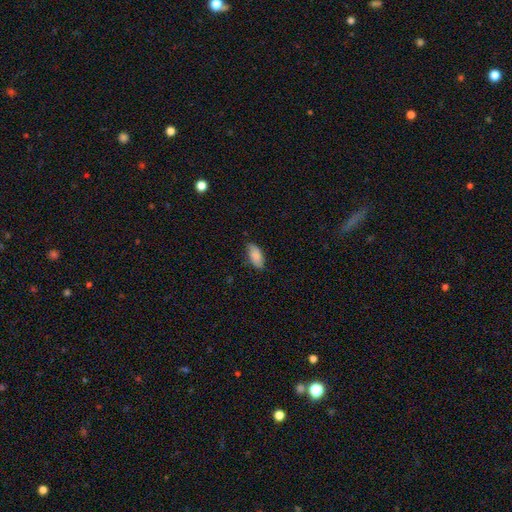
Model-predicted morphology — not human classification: smooth_or_featured: smooth (p=0.83) [alt: featured or disk p=0.11]
how_rounded: in between (p=0.91) [alt: cigar-shaped p=0.06]
merging: none (p=0.76) [alt: minor disturbance p=0.20]